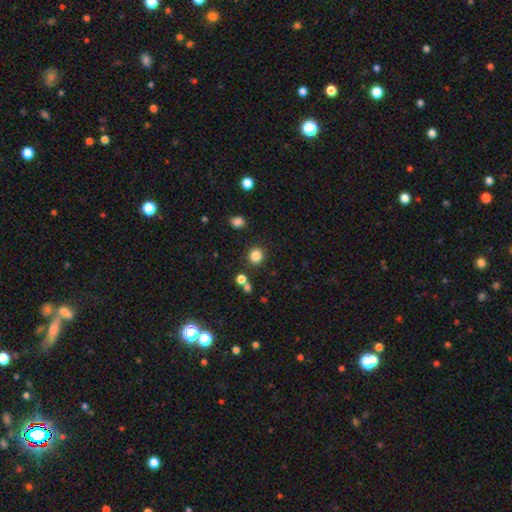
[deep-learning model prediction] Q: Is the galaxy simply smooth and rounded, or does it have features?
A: smooth — 84%.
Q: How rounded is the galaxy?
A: round — 87%.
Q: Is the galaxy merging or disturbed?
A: none — 86%.